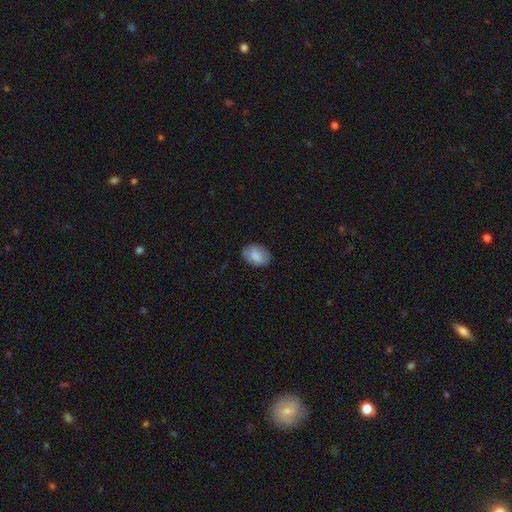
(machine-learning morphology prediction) Smooth or featured? Predicted: smooth (p=0.83). How rounded? Predicted: in between (p=0.79). Merging? Predicted: none (p=0.79).